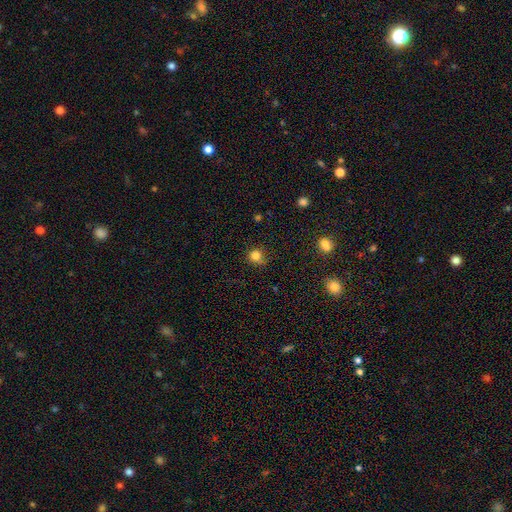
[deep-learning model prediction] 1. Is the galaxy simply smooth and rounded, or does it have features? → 81% smooth, 14% star or artifact, 5% featured or disk.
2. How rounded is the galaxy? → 87% round, 12% in between, 1% cigar-shaped.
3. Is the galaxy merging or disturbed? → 75% none, 18% minor disturbance, 4% major disturbance, 3% merger.